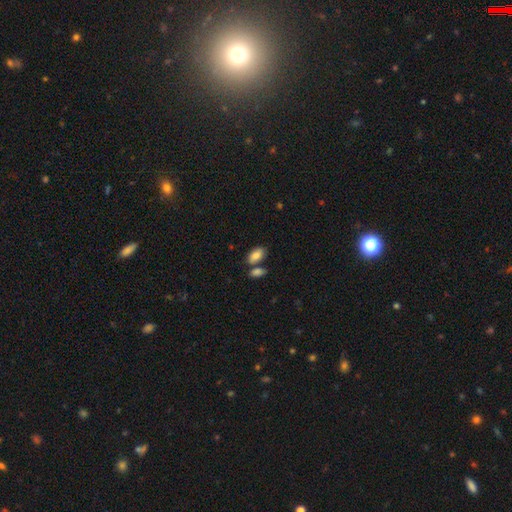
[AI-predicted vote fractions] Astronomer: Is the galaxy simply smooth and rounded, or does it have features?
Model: smooth — 82%.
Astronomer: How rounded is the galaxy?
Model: in between — 93%.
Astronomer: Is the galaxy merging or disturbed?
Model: none — 61%.